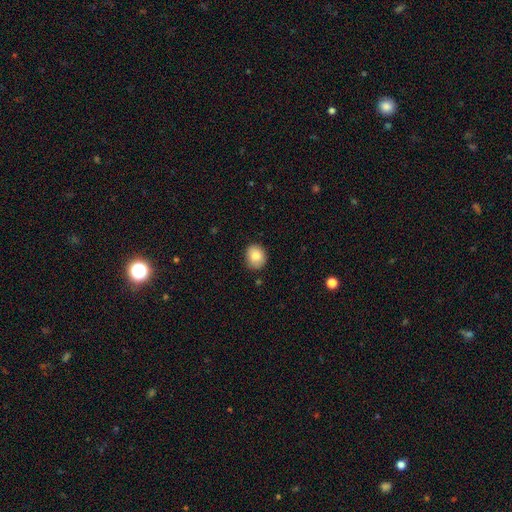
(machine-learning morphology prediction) Q: Smooth or featured?
A: smooth (84%); runner-up: featured or disk (8%)
Q: How rounded?
A: round (64%); runner-up: in between (35%)
Q: Merging?
A: none (85%); runner-up: minor disturbance (12%)